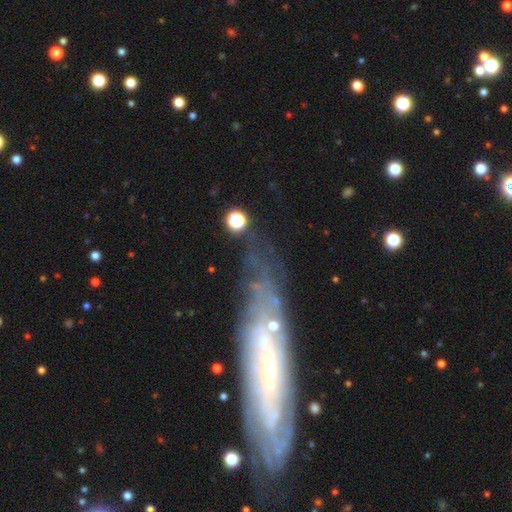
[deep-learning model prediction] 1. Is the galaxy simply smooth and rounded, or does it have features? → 76% featured or disk, 15% smooth, 9% star or artifact.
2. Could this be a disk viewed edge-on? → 66% no, 34% yes.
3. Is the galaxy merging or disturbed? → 76% none, 16% minor disturbance, 5% major disturbance, 3% merger.